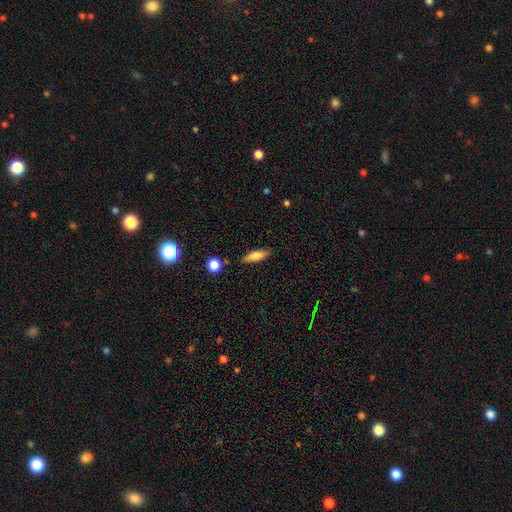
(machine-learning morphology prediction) Smooth or featured? Predicted: smooth (p=0.76). How rounded? Predicted: in between (p=0.51). Merging? Predicted: none (p=0.81).